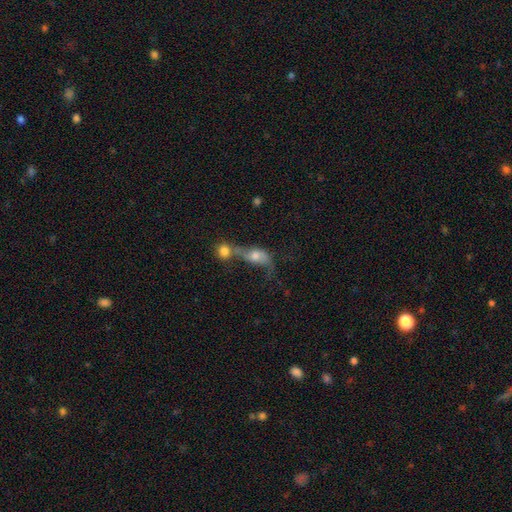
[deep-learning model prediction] Overall: smooth (49%; featured or disk 39%). Merging: merger (66%).